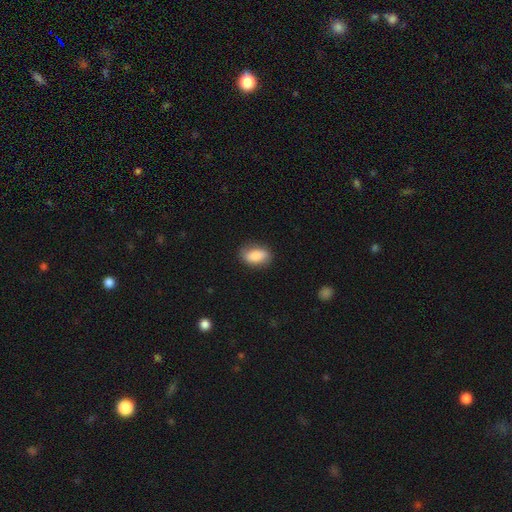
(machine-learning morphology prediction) A smooth galaxy with no disk features (84%) that is in between round and cigar-shaped (87%). Merging: none (79%).